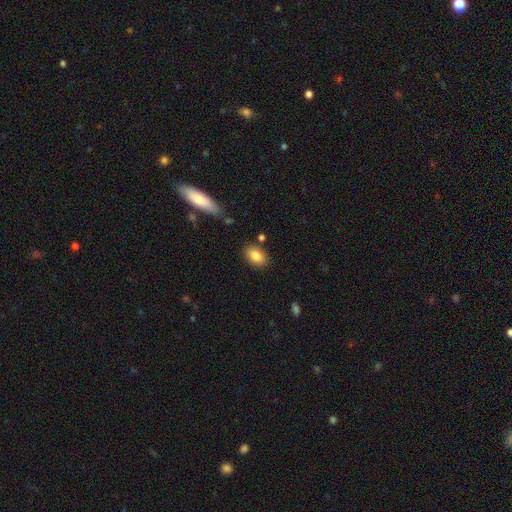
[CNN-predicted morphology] This is clearly a smooth galaxy (83%). How rounded: clearly in between (85%). Merging: clearly none (83%).